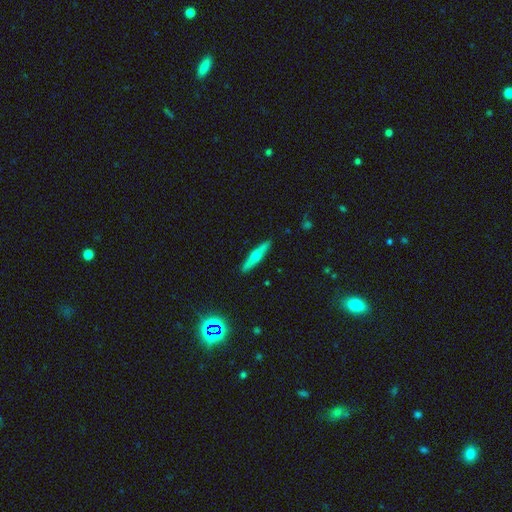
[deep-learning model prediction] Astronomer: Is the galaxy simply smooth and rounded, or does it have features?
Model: featured or disk — 55% (runner-up: smooth, 39%).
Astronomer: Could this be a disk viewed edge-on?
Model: yes — 94%.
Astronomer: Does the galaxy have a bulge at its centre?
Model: rounded — 92%.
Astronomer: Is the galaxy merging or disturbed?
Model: none — 90%.